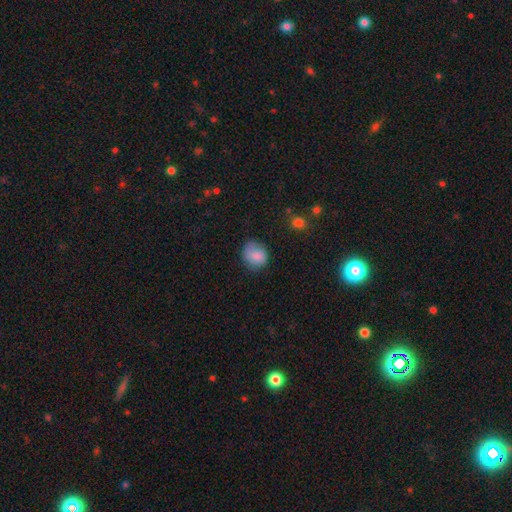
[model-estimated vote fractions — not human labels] smooth_or_featured: smooth (p=0.83) [alt: star or artifact p=0.08]
how_rounded: round (p=0.67) [alt: in between p=0.32]
merging: none (p=0.63) [alt: minor disturbance p=0.26]